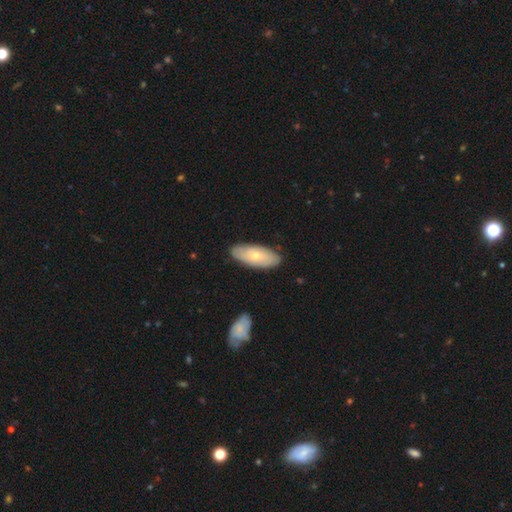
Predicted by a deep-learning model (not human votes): This appears to be a smooth galaxy with no disk features (58%) that is in between round and cigar-shaped (85%). Merging: none (84%).